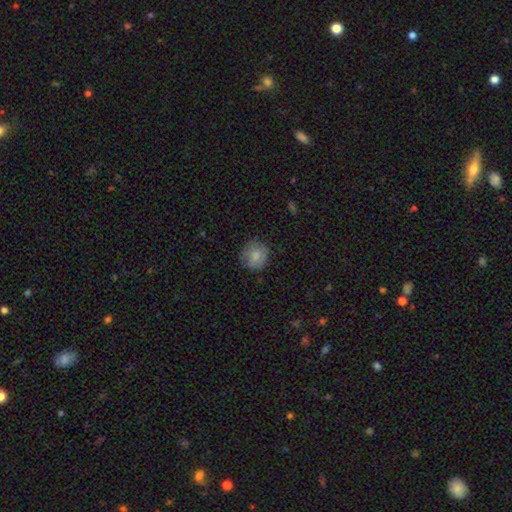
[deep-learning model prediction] The model was most divided on "merging": none: 77%, minor disturbance: 17%, major disturbance: 5%, merger: 1%. More confident: how rounded — round (86%); smooth or featured — smooth (79%).